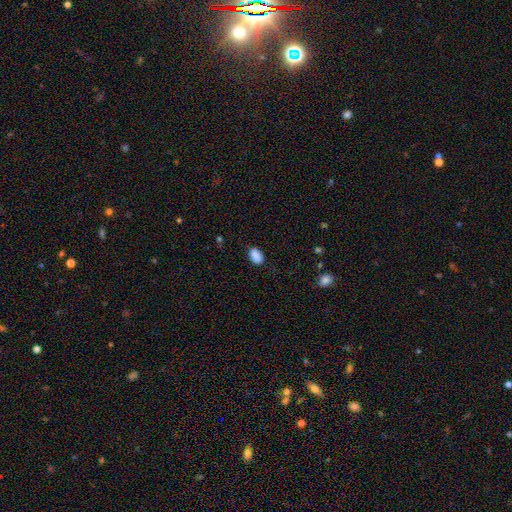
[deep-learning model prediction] Q: Smooth or featured?
A: smooth (88%); runner-up: star or artifact (9%)
Q: How rounded?
A: in between (87%); runner-up: round (12%)
Q: Merging?
A: none (80%); runner-up: minor disturbance (15%)